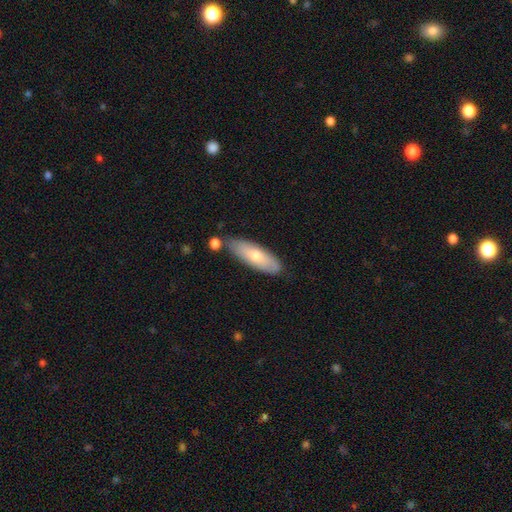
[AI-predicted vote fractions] This is likely a smooth galaxy (66%). How rounded: possibly in between (55%). Merging: likely none (76%).